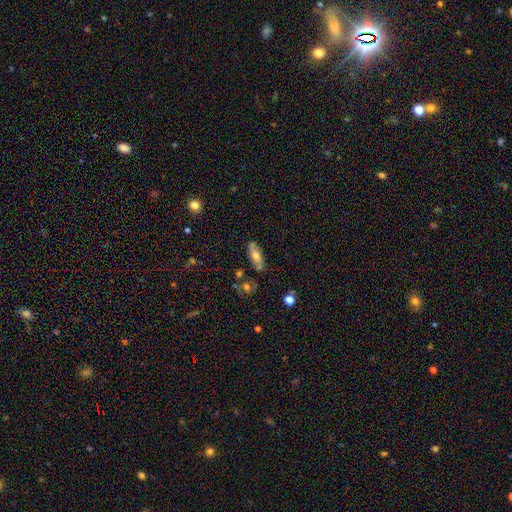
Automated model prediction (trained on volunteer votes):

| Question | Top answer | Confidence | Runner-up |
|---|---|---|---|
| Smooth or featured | smooth | 52% | featured or disk (40%) |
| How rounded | in between | 68% | cigar-shaped (28%) |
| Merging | none | 74% | minor disturbance (17%) |